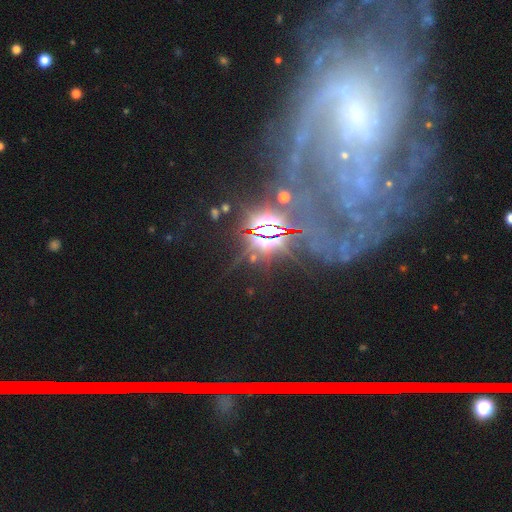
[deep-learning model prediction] Smooth or featured?
  - star or artifact: 55% *
  - featured or disk: 30%
  - smooth: 15%